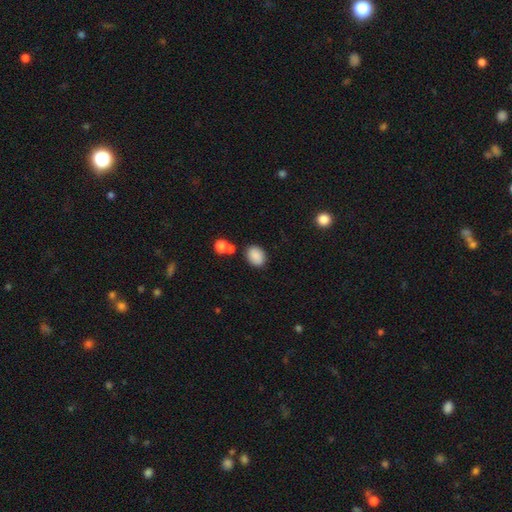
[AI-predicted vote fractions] smooth-or-featured: smooth: 87% | star or artifact: 9% | featured or disk: 4%
  how-rounded: in between: 70% | round: 29% | cigar-shaped: 1%
  merging: none: 79% | minor disturbance: 11% | merger: 6% | major disturbance: 3%